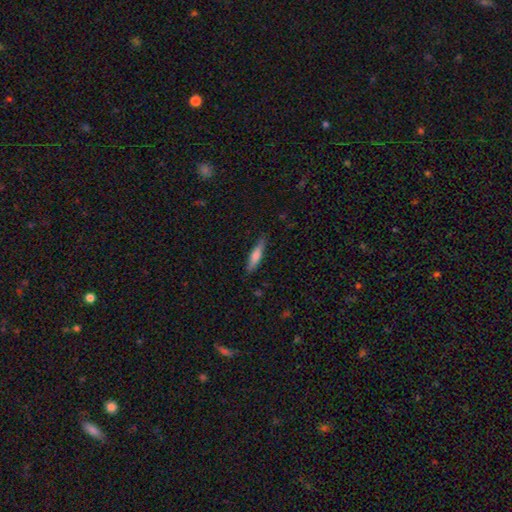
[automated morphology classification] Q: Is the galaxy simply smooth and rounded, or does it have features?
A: smooth — 65%.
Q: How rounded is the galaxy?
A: cigar-shaped — 83%.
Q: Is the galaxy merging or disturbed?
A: none — 87%.